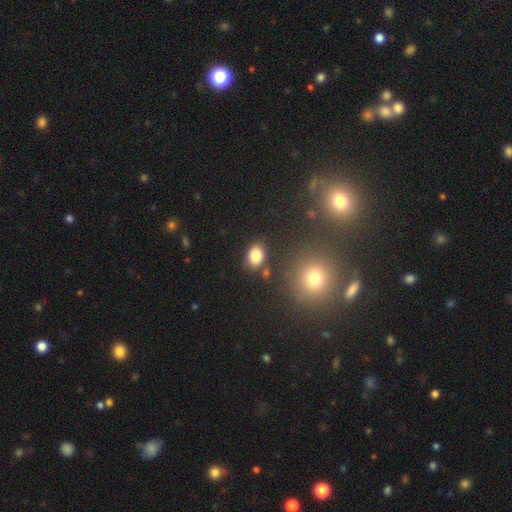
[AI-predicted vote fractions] The model was most divided on "how rounded": in between: 73%, round: 26%, cigar-shaped: 1%. More confident: smooth or featured — smooth (85%); merging — none (77%).